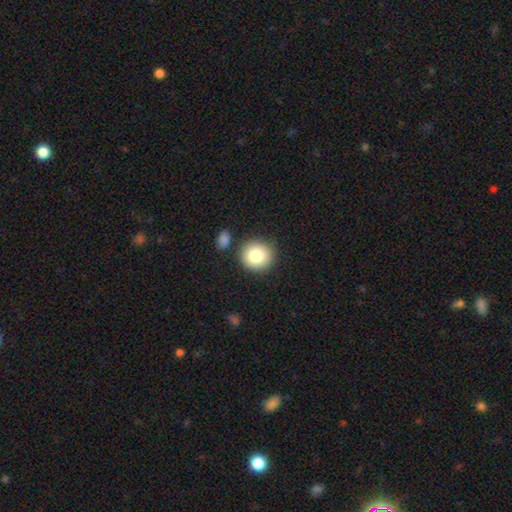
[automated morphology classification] smooth_or_featured: smooth (p=0.81) [alt: featured or disk p=0.10]
how_rounded: round (p=0.92) [alt: in between p=0.07]
merging: none (p=0.83) [alt: minor disturbance p=0.08]